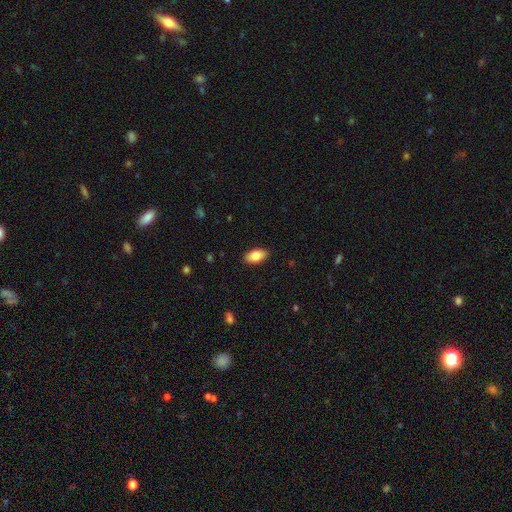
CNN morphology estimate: A smooth galaxy with no disk features (84%) that is in between round and cigar-shaped (93%).

Vote fractions:
- Smooth or featured? smooth: 84% / featured or disk: 9% / star or artifact: 7%
- How rounded? in between: 93% / cigar-shaped: 3% / round: 3%
- Merging? none: 88% / minor disturbance: 9% / major disturbance: 2% / merger: 1%